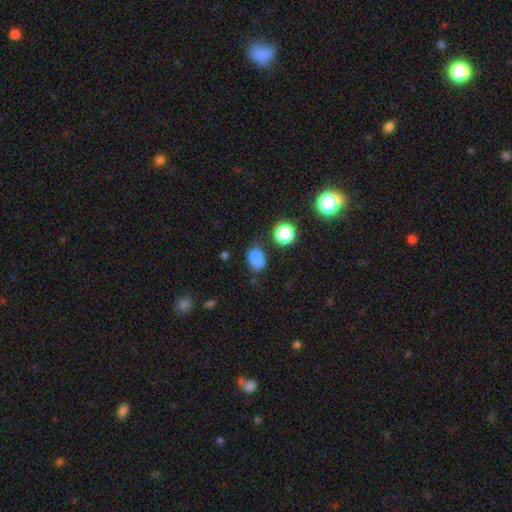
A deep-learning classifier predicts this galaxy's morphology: Smooth or featured?
  - smooth: 76% *
  - star or artifact: 14%
  - featured or disk: 9%
How rounded?
  - in between: 70% *
  - round: 29%
  - cigar-shaped: 1%
Merging?
  - none: 48% *
  - minor disturbance: 29%
  - major disturbance: 12%
  - merger: 12%